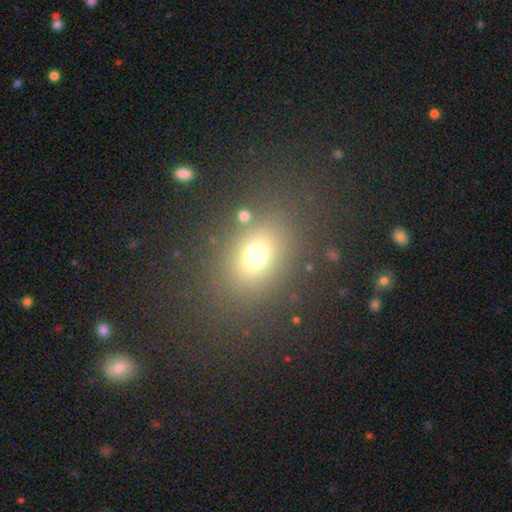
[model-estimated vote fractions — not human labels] This is likely a smooth galaxy (70%). How rounded: possibly in between (59%). Merging: clearly none (81%).